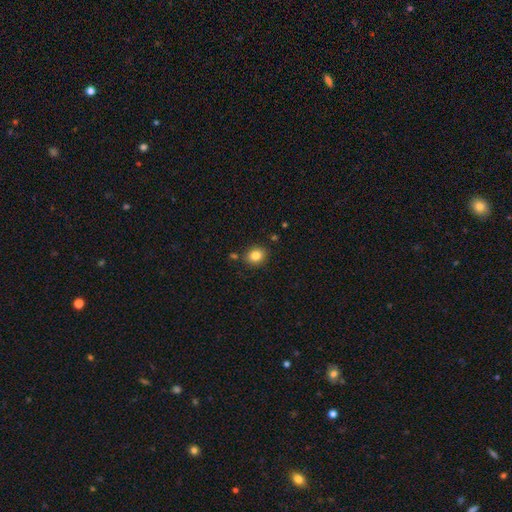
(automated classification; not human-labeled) Q: Smooth or featured?
A: smooth (83%); runner-up: star or artifact (10%)
Q: How rounded?
A: round (65%); runner-up: in between (35%)
Q: Merging?
A: none (85%); runner-up: minor disturbance (9%)